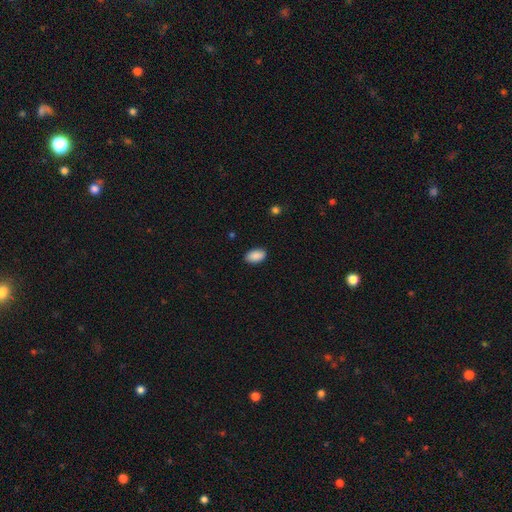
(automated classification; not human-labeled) Overall: smooth (90%). How rounded: in between (93%). Merging: none (87%).